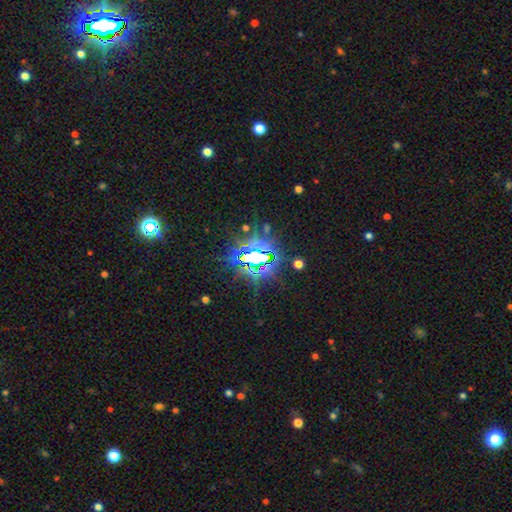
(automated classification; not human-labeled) Smooth or featured? star or artifact (81%)